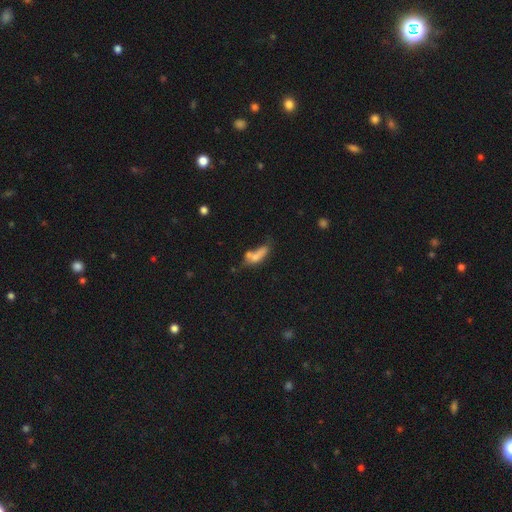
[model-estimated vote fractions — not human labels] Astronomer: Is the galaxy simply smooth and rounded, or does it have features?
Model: smooth — 62%.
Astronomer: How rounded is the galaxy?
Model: in between — 60%.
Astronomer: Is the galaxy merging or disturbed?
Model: merger — 33% (runner-up: none, 28%).